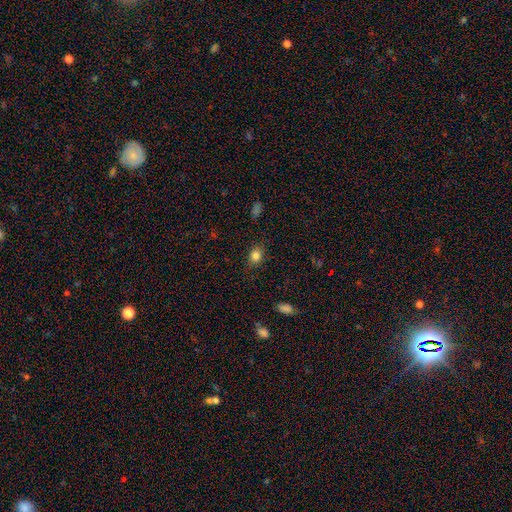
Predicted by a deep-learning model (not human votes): Smooth or featured? Predicted: smooth (p=0.83). How rounded? Predicted: in between (p=0.49, tied with round). Merging? Predicted: none (p=0.83).